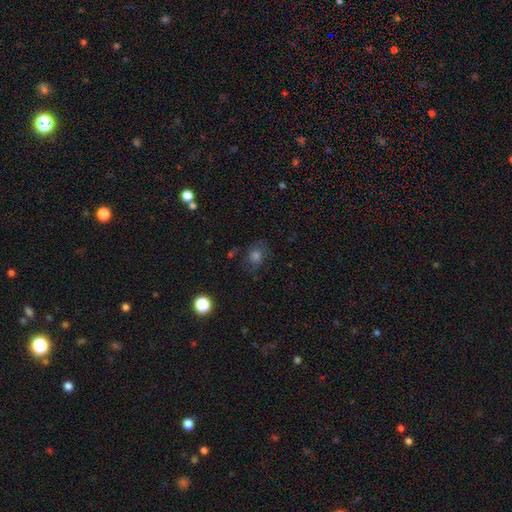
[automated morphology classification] smooth-or-featured: smooth: 50% | star or artifact: 25% | featured or disk: 25%
  merging: none: 71% | minor disturbance: 17% | major disturbance: 10% | merger: 2%